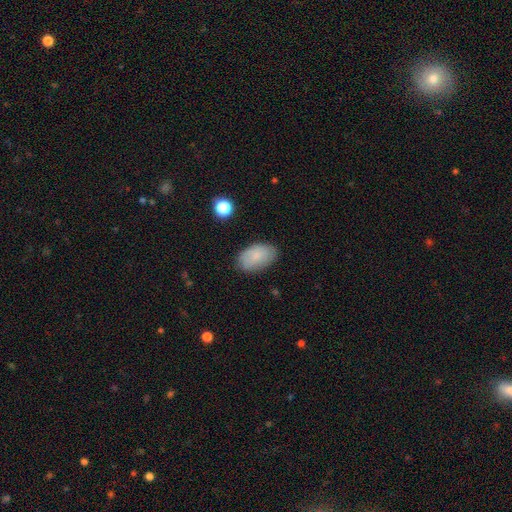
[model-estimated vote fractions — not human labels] Smooth or featured? Predicted: smooth (p=0.79). How rounded? Predicted: in between (p=0.92). Merging? Predicted: none (p=0.80).